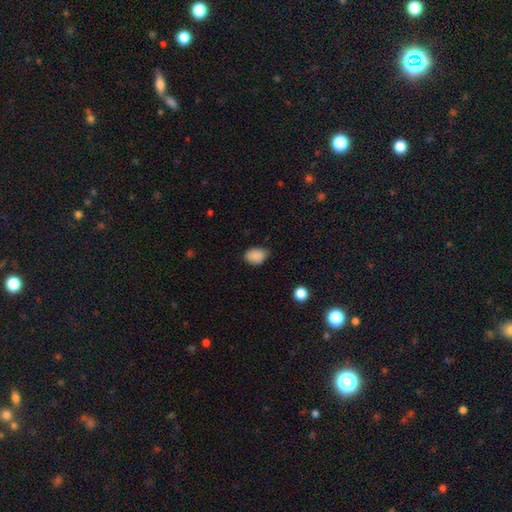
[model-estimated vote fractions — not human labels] Smooth or featured: smooth — 88% (star or artifact — 8%)
How rounded: in between — 76% (round — 23%)
Merging: none — 70% (minor disturbance — 25%)